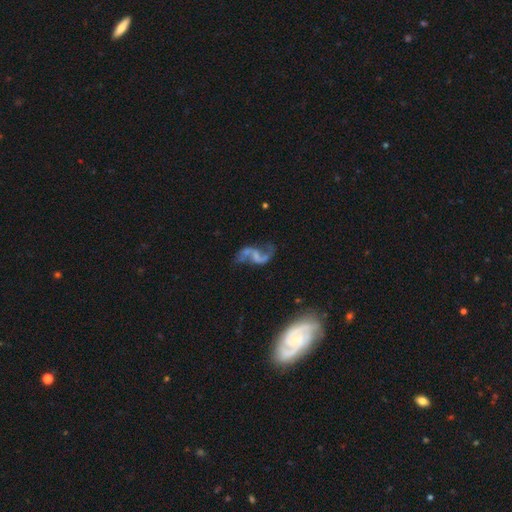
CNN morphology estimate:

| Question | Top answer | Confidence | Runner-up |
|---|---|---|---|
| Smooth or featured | featured or disk | 84% | smooth (8%) |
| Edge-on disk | no | 97% | yes (3%) |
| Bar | weak | 43% | no (34%) |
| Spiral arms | yes | 92% | no (8%) |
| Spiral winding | loose | 84% | medium (13%) |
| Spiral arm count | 2 | 91% | 1 (4%) |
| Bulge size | none | 59% | small (27%) |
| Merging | none | 56% | minor disturbance (17%) |